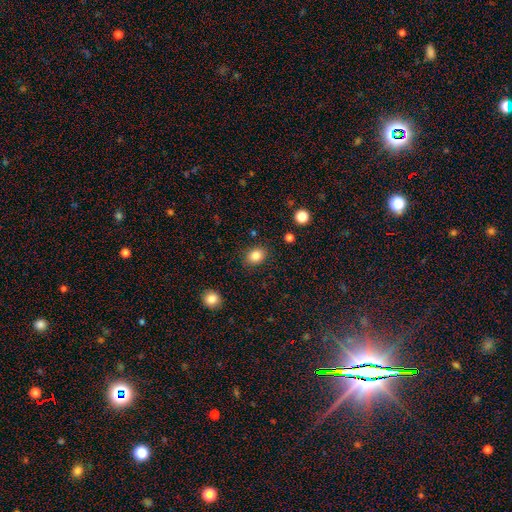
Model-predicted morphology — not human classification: This is clearly a smooth galaxy (84%). How rounded: possibly in between (54%). Merging: clearly none (87%).